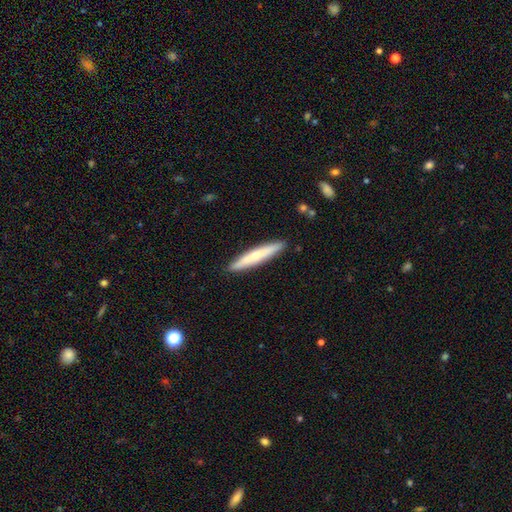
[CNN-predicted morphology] Q: Smooth or featured?
A: smooth (60%); runner-up: featured or disk (35%)
Q: How rounded?
A: cigar-shaped (93%); runner-up: in between (6%)
Q: Merging?
A: none (91%); runner-up: minor disturbance (7%)